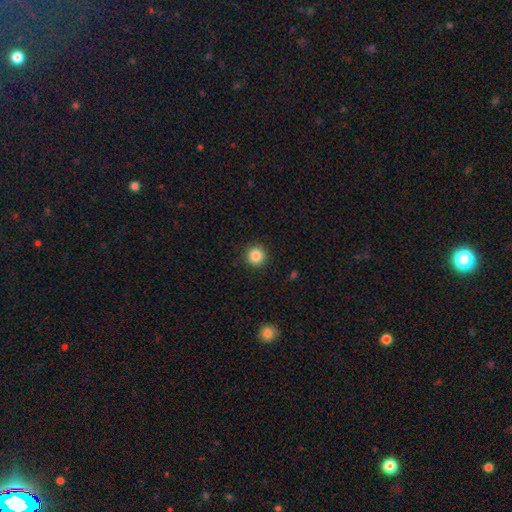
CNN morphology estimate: A smooth galaxy with no disk features (86%) that is round (95%).

Vote fractions:
- Smooth or featured? smooth: 86% / star or artifact: 10% / featured or disk: 4%
- How rounded? round: 95% / in between: 4% / cigar-shaped: 1%
- Merging? none: 92% / minor disturbance: 5% / major disturbance: 2% / merger: 1%